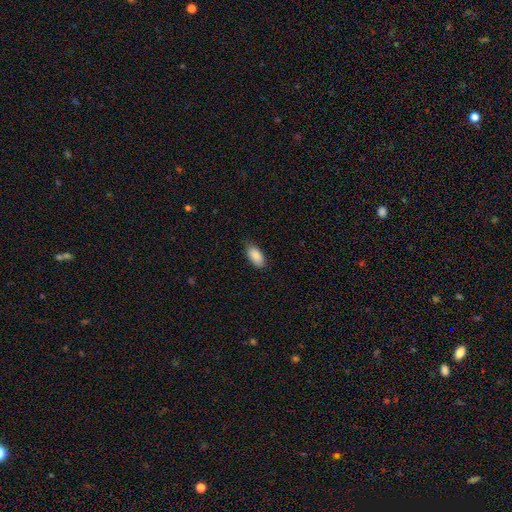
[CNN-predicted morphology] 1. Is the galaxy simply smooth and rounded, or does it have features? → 88% smooth, 6% star or artifact, 6% featured or disk.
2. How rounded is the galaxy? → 93% in between, 4% cigar-shaped, 3% round.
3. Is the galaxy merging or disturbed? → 81% none, 16% minor disturbance, 3% major disturbance, 1% merger.